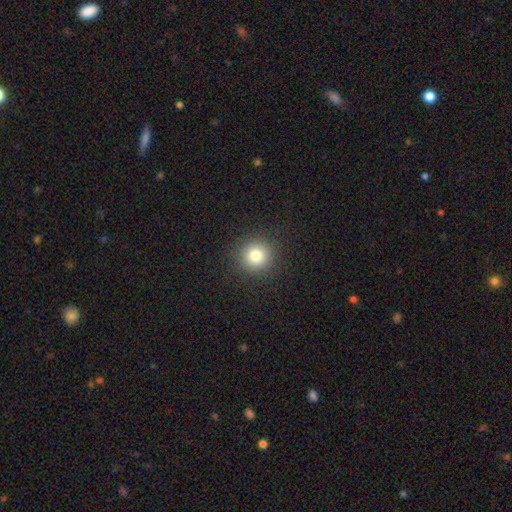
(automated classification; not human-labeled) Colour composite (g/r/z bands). It shows a smooth galaxy with no disk features (80%) that is round (95%). Merging: none (91%).